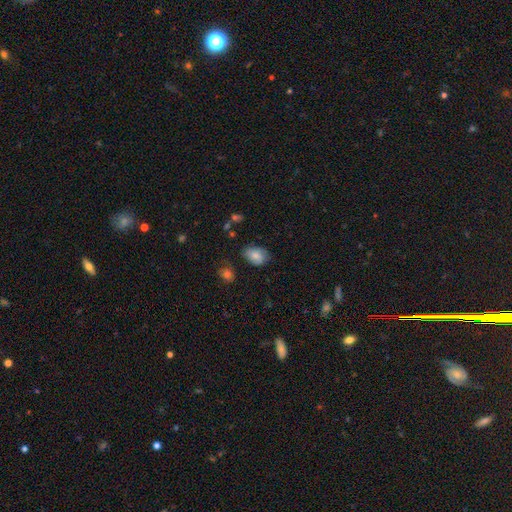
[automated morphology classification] The model was most divided on "smooth or featured": smooth: 66%, featured or disk: 25%, star or artifact: 9%. More confident: how rounded — in between (78%); merging — none (67%).